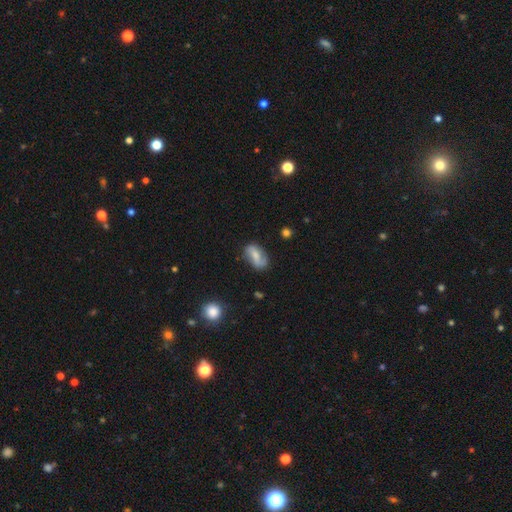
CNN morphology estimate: smooth_or_featured: featured or disk (p=0.49) [alt: smooth p=0.43]
merging: none (p=0.67) [alt: minor disturbance p=0.23]